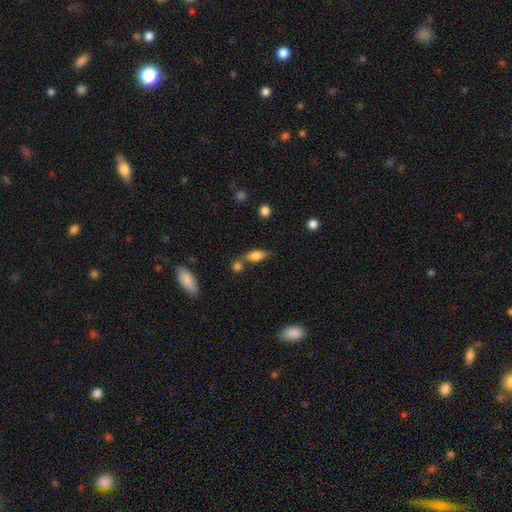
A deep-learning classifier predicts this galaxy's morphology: smooth-or-featured: smooth: 73% | featured or disk: 19% | star or artifact: 8%
  how-rounded: in between: 75% | cigar-shaped: 20% | round: 5%
  merging: none: 54% | merger: 26% | minor disturbance: 15% | major disturbance: 6%